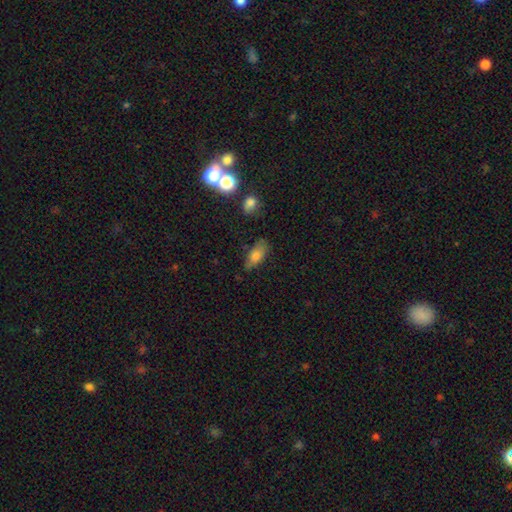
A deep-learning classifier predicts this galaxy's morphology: type=smooth (77%); roundness=in between (83%); merging=none (67%).